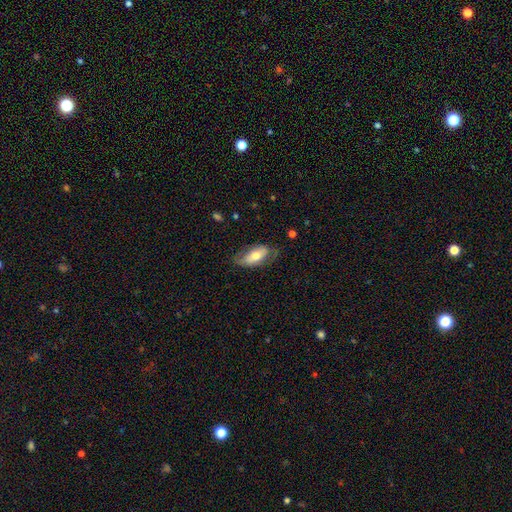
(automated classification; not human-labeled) Smooth or featured?
  - smooth: 55% *
  - featured or disk: 39%
  - star or artifact: 6%
How rounded?
  - in between: 86% *
  - cigar-shaped: 11%
  - round: 3%
Merging?
  - none: 60% *
  - minor disturbance: 26%
  - major disturbance: 12%
  - merger: 2%